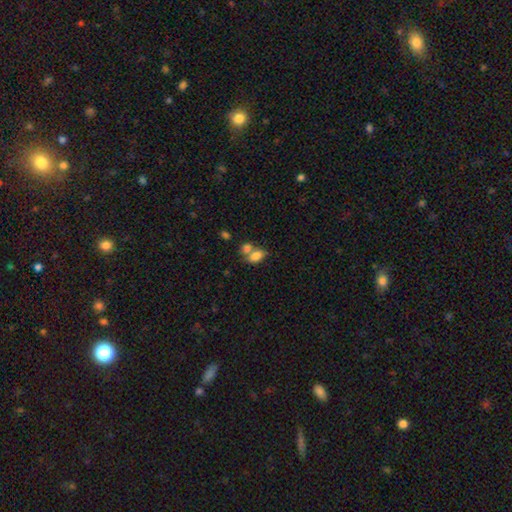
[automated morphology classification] Smooth or featured? Predicted: smooth (p=0.79). How rounded? Predicted: in between (p=0.84). Merging? Predicted: merger (p=0.51).